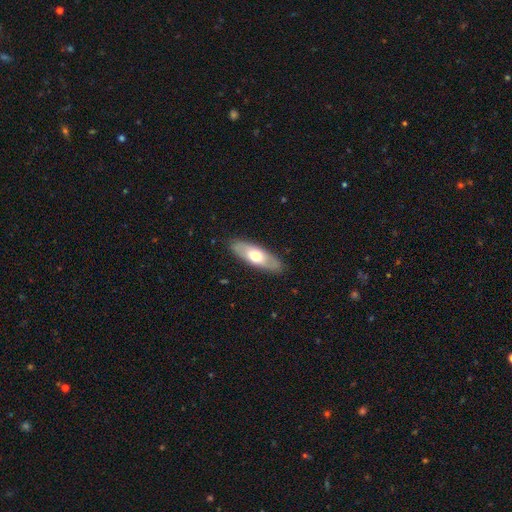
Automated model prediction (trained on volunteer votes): Overall: smooth (57%; featured or disk 38%). How rounded: in between (63%; cigar-shaped 35%). Merging: none (87%).